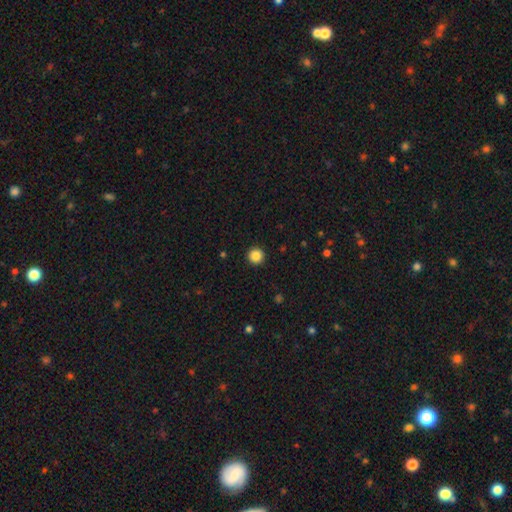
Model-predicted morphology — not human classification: A smooth galaxy with no disk features (86%) that is round (96%). Merging: none (93%).